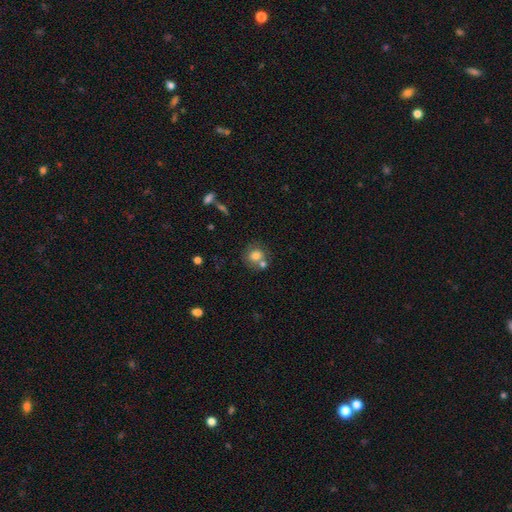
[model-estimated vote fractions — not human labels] Q: Smooth or featured?
A: smooth (73%); runner-up: featured or disk (17%)
Q: How rounded?
A: round (77%); runner-up: in between (22%)
Q: Merging?
A: none (52%); runner-up: merger (29%)